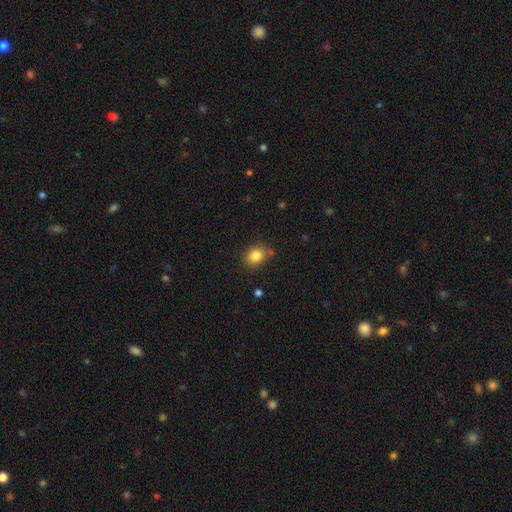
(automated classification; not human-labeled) smooth-or-featured: smooth: 84% | star or artifact: 11% | featured or disk: 6%
  how-rounded: round: 59% | in between: 40% | cigar-shaped: 1%
  merging: none: 75% | minor disturbance: 17% | major disturbance: 4% | merger: 4%